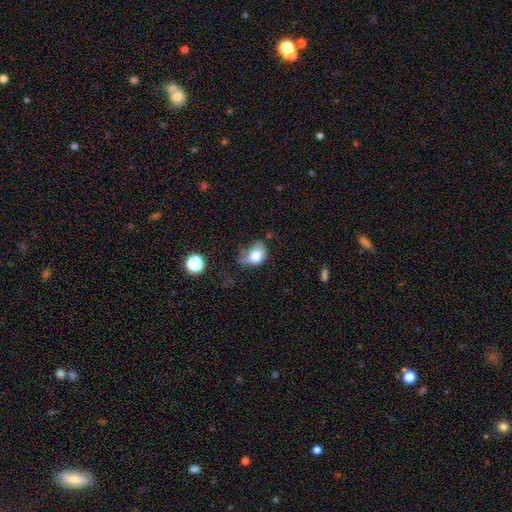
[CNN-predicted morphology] smooth-or-featured: smooth: 75% | featured or disk: 15% | star or artifact: 10%
  how-rounded: in between: 67% | round: 32% | cigar-shaped: 1%
  merging: minor disturbance: 37% | major disturbance: 33% | none: 25% | merger: 6%